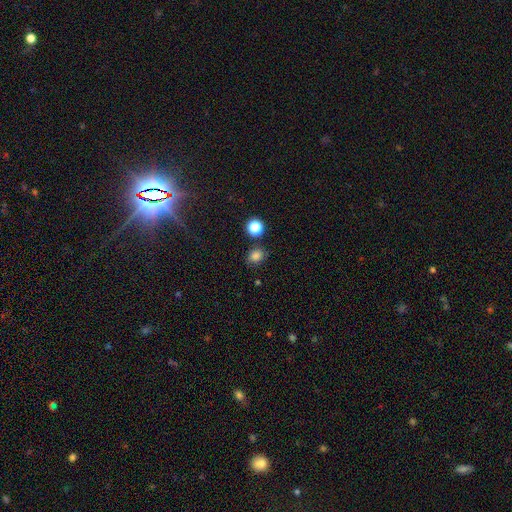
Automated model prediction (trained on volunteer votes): Overall: smooth (82%). How rounded: round (55%; in between 44%). Merging: none (79%).